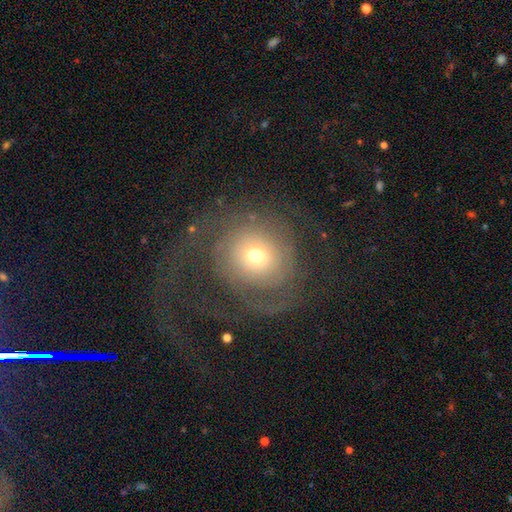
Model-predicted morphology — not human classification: type=featured or disk (57%); edge-on=no (97%); bar=no (83%); spiral arms=yes (69%); bulge=moderate (46%); merging=none (45%).